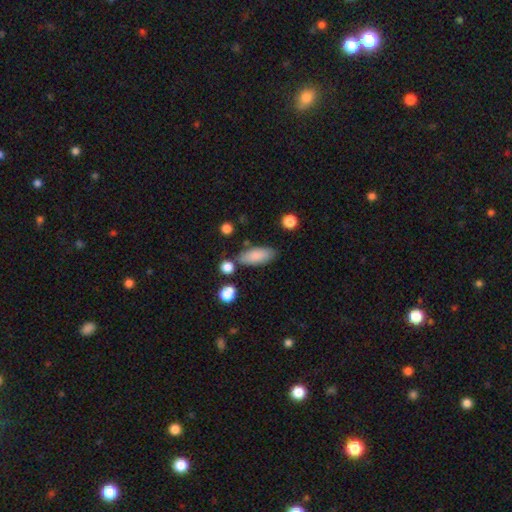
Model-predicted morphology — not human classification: Smooth or featured? Predicted: smooth (p=0.85). How rounded? Predicted: in between (p=0.81). Merging? Predicted: none (p=0.74).